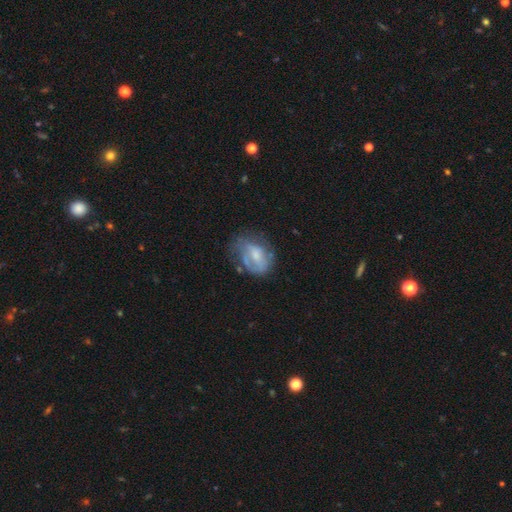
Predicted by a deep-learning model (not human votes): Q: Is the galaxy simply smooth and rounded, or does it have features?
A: featured or disk — 51%.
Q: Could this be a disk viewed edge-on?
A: no — 97%.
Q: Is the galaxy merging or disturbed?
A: none — 43%.